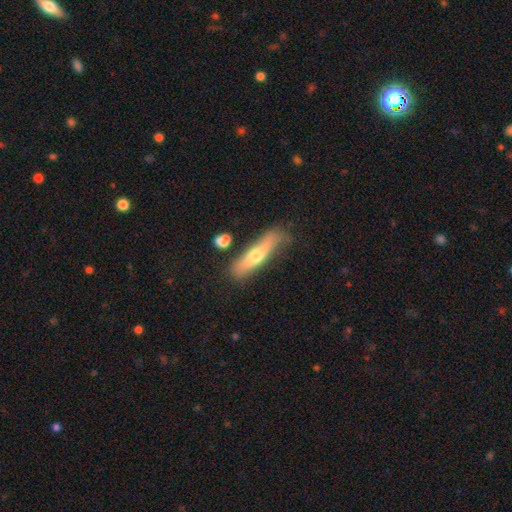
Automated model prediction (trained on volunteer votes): This appears to be a smooth galaxy with no disk features (52%) that is cigar-shaped (76%). Merging: none (61%).